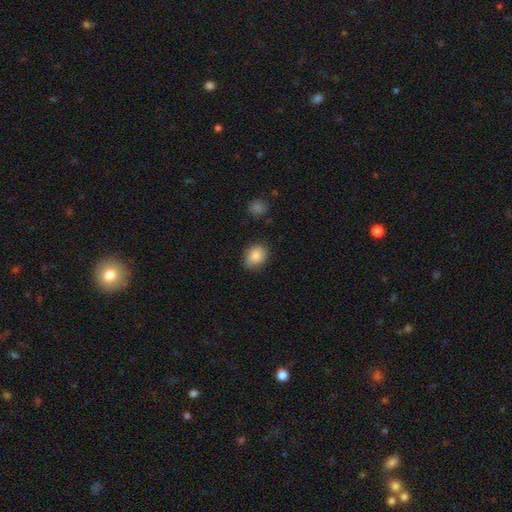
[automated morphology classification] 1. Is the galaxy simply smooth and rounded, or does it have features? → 87% smooth, 8% star or artifact, 6% featured or disk.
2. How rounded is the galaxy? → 54% in between, 45% round, 1% cigar-shaped.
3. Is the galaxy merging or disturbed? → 79% none, 16% minor disturbance, 3% major disturbance, 2% merger.